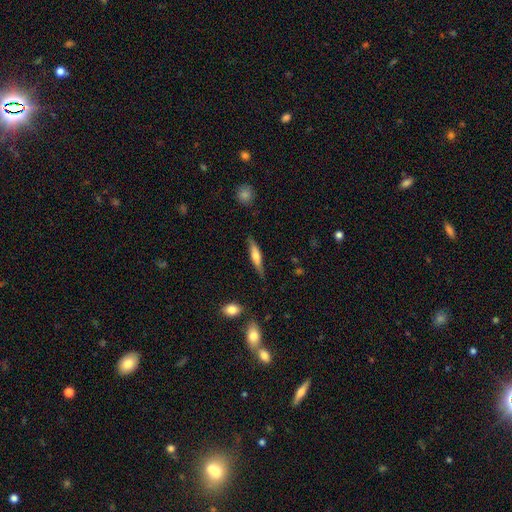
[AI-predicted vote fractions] A smooth galaxy with no disk features (51%) that is cigar-shaped (79%). Merging: none (81%).